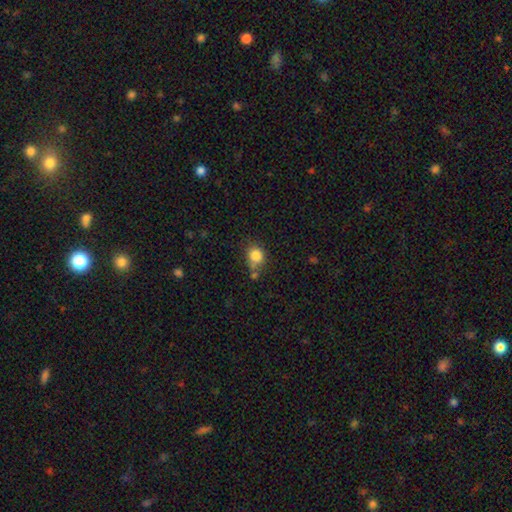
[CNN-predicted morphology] type=smooth (83%); roundness=round (75%); merging=none (56%).